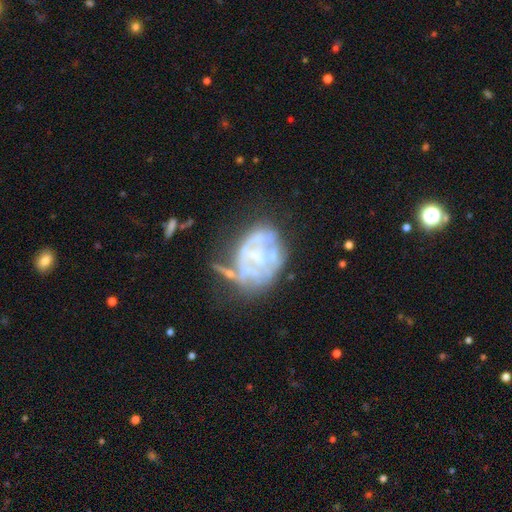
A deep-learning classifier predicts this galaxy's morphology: Smooth or featured?
  - featured or disk: 72% *
  - smooth: 17%
  - star or artifact: 11%
Edge-on disk?
  - no: 98% *
  - yes: 2%
Bar?
  - no: 80% *
  - weak: 15%
  - strong: 5%
Spiral arms?
  - no: 66% *
  - yes: 34%
Bulge size?
  - none: 43% *
  - small: 35%
  - moderate: 17%
  - large: 3%
  - dominant: 2%
Merging?
  - major disturbance: 32% *
  - none: 31%
  - minor disturbance: 23%
  - merger: 15%